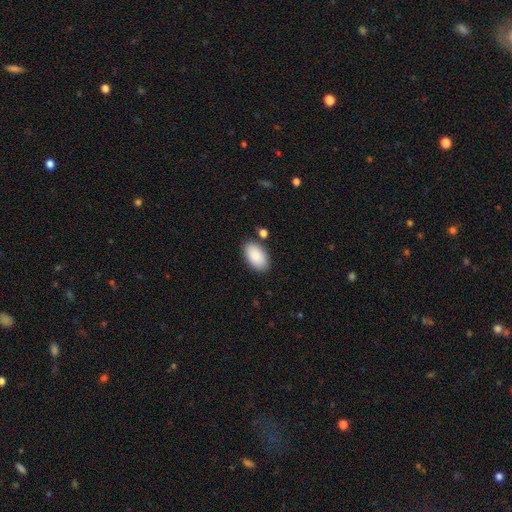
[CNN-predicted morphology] Smooth or featured? Predicted: smooth (p=0.88). How rounded? Predicted: in between (p=0.95). Merging? Predicted: none (p=0.83).